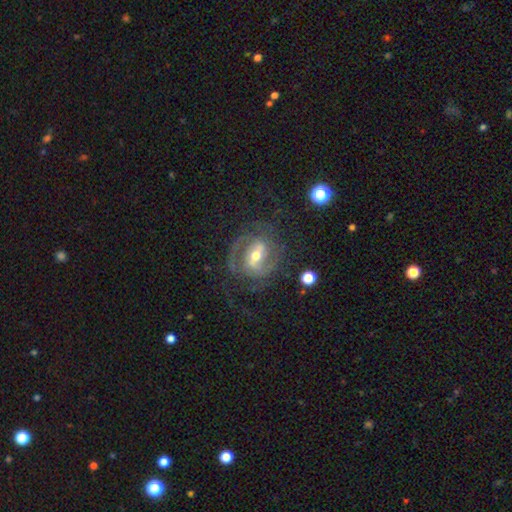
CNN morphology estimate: A featured or disk galaxy (88%) with a strong bar (45%), 2 (67%) medium (47%) spiral arms (94%) and a moderate central bulge (62%).

Vote fractions:
- Smooth or featured? featured or disk: 88% / smooth: 7% / star or artifact: 6%
- Edge-on disk? no: 97% / yes: 3%
- Bar? strong: 45% / weak: 40% / no: 15%
- Spiral arms? yes: 94% / no: 6%
- Spiral winding? medium: 47% / tight: 40% / loose: 14%
- Spiral arm count? 2: 67% / 3: 12% / can't tell: 11% / 1: 4% / 4: 3% / more than 4: 3%
- Bulge size? moderate: 62% / small: 32% / large: 4% / none: 1% / dominant: 1%
- Merging? none: 68% / minor disturbance: 16% / major disturbance: 14% / merger: 2%